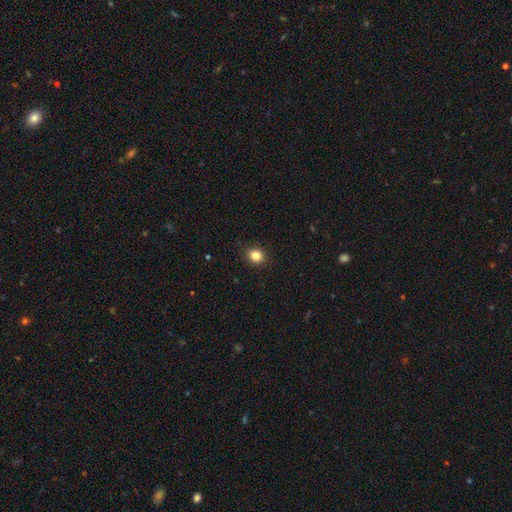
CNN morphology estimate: Smooth or featured? smooth (84%)
How rounded? round (67%)
Merging? none (90%)